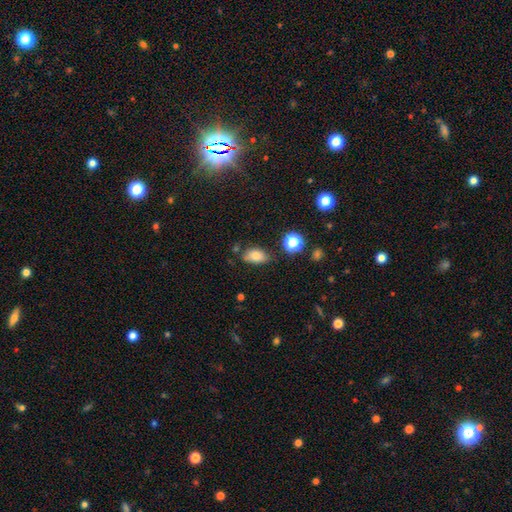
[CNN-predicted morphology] Smooth or featured? Predicted: smooth (p=0.78). How rounded? Predicted: in between (p=0.86). Merging? Predicted: none (p=0.66).